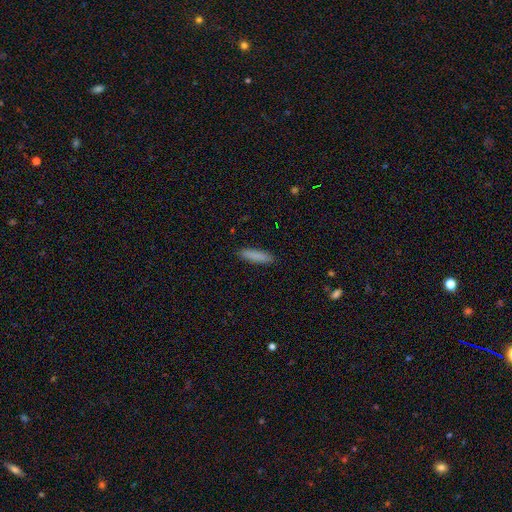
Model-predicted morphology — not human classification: Smooth or featured?
  - smooth: 87% *
  - star or artifact: 7%
  - featured or disk: 7%
How rounded?
  - cigar-shaped: 75% *
  - in between: 23%
  - round: 1%
Merging?
  - none: 90% *
  - minor disturbance: 7%
  - major disturbance: 2%
  - merger: 1%